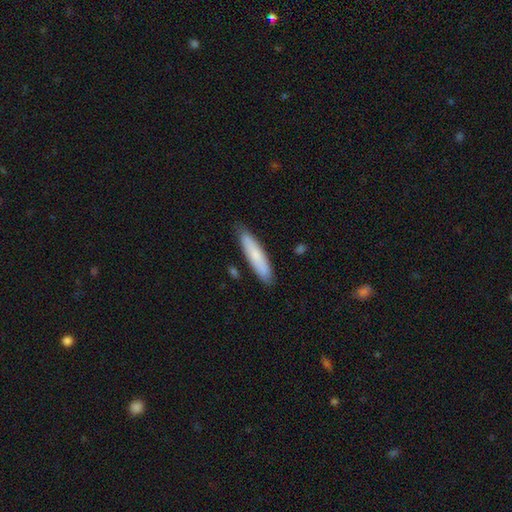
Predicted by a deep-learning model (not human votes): Smooth or featured?
  - smooth: 74% *
  - featured or disk: 20%
  - star or artifact: 6%
How rounded?
  - cigar-shaped: 83% *
  - in between: 16%
  - round: 1%
Merging?
  - none: 84% *
  - minor disturbance: 12%
  - merger: 2%
  - major disturbance: 2%